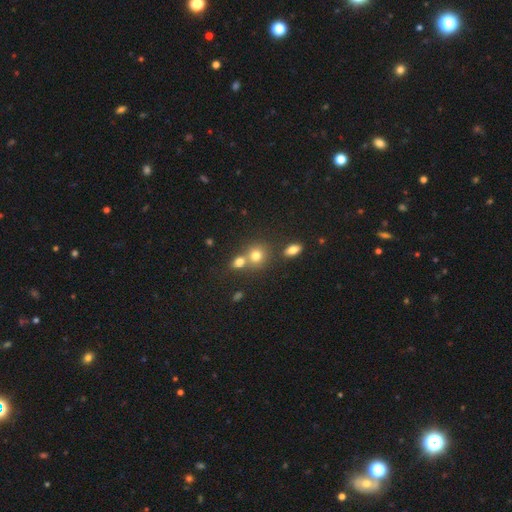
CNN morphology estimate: Q: Smooth or featured?
A: smooth (76%); runner-up: star or artifact (13%)
Q: How rounded?
A: round (77%); runner-up: in between (21%)
Q: Merging?
A: none (47%); runner-up: merger (41%)